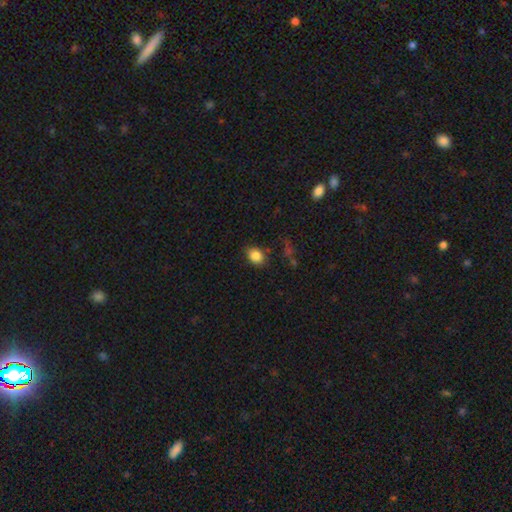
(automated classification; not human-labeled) smooth_or_featured: smooth (p=0.85) [alt: star or artifact p=0.10]
how_rounded: in between (p=0.58) [alt: round p=0.41]
merging: none (p=0.83) [alt: minor disturbance p=0.12]